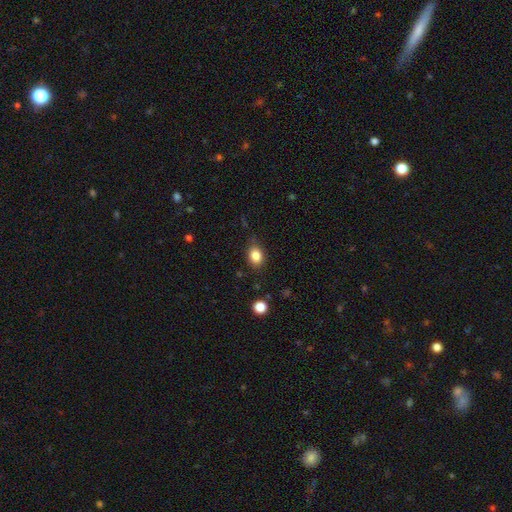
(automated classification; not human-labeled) This is clearly a smooth galaxy (84%). How rounded: possibly in between (60%). Merging: likely none (76%).